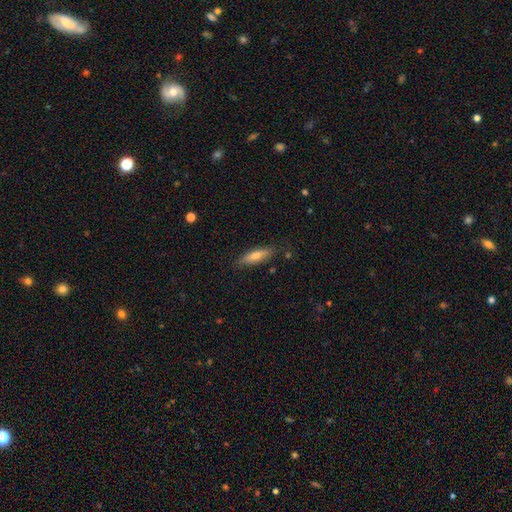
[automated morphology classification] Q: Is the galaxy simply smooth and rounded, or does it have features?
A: smooth — 56%.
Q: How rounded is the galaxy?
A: cigar-shaped — 74%.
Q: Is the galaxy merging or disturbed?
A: none — 86%.